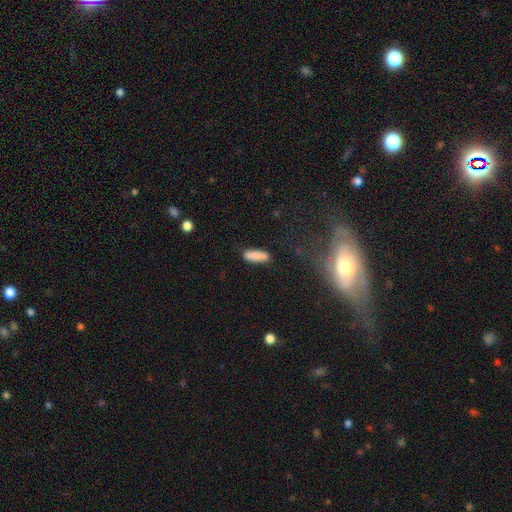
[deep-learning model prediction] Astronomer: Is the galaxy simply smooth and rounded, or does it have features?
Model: smooth — 84%.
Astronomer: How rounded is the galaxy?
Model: in between — 58% (runner-up: cigar-shaped, 40%).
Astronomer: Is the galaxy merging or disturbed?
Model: none — 78%.